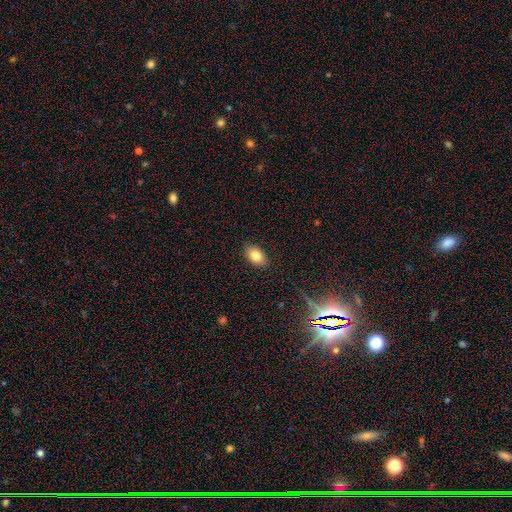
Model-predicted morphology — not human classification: This is clearly a smooth galaxy (83%). How rounded: clearly in between (89%). Merging: clearly none (88%).